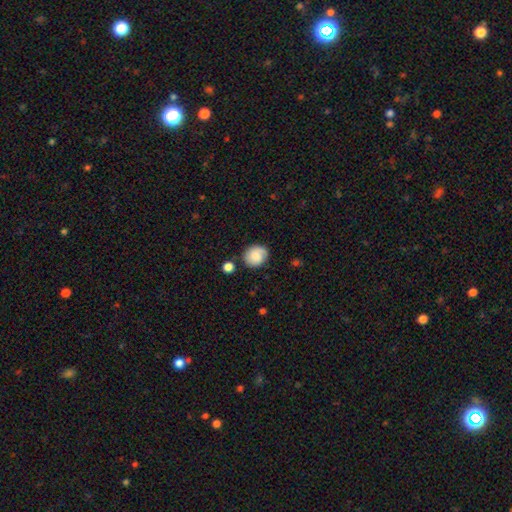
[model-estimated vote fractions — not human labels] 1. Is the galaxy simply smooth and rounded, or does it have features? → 75% smooth, 16% featured or disk, 8% star or artifact.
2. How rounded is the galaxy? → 69% round, 30% in between, 1% cigar-shaped.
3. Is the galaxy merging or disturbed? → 74% none, 17% minor disturbance, 5% merger, 4% major disturbance.